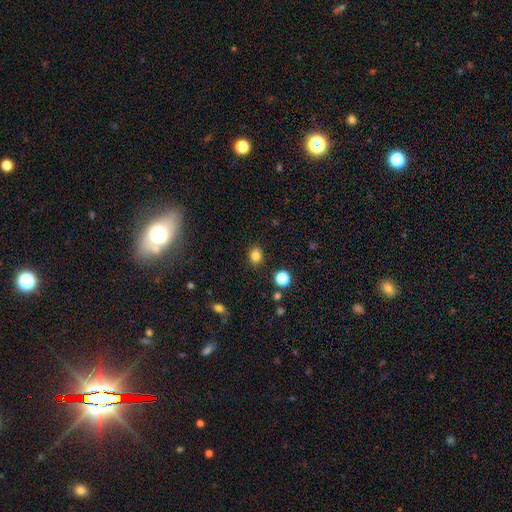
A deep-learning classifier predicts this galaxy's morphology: smooth_or_featured: smooth (p=0.83) [alt: star or artifact p=0.12]
how_rounded: round (p=0.60) [alt: in between p=0.39]
merging: none (p=0.88) [alt: minor disturbance p=0.08]